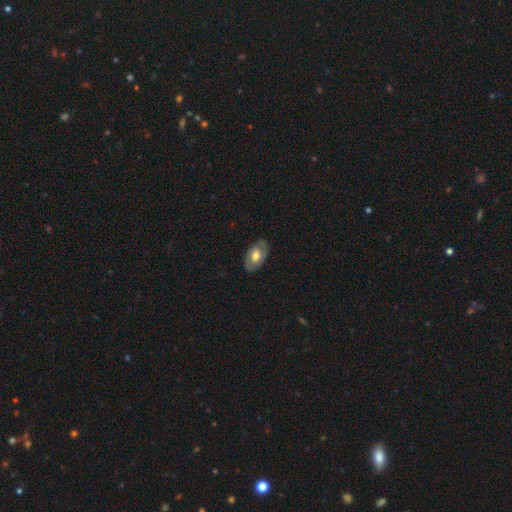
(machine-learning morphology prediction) Smooth or featured?
  - smooth: 49% *
  - featured or disk: 46%
  - star or artifact: 6%
Merging?
  - none: 83% *
  - minor disturbance: 13%
  - major disturbance: 3%
  - merger: 1%